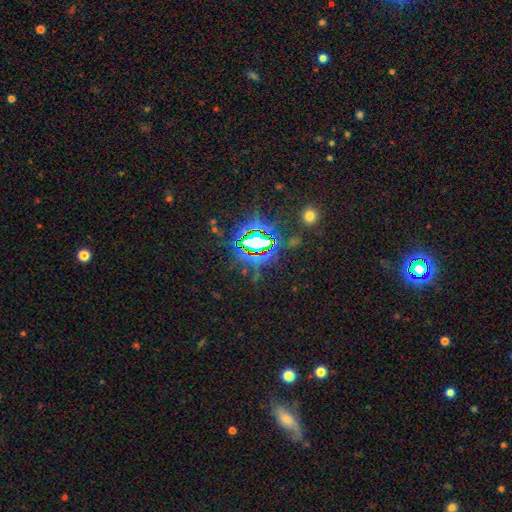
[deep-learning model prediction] Smooth or featured? Predicted: star or artifact (p=0.78).